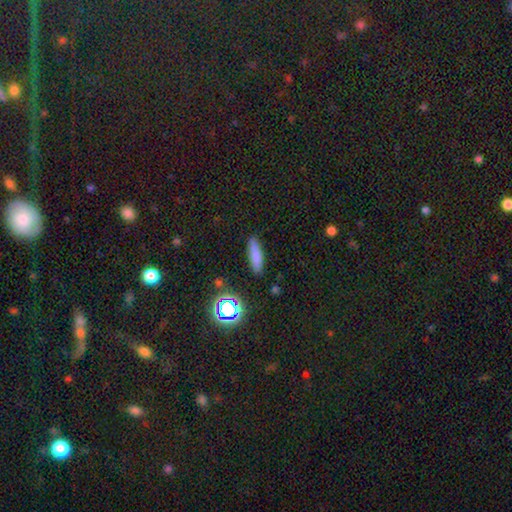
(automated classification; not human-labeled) Q: Smooth or featured?
A: smooth (77%); runner-up: star or artifact (13%)
Q: How rounded?
A: cigar-shaped (69%); runner-up: in between (29%)
Q: Merging?
A: none (86%); runner-up: minor disturbance (9%)